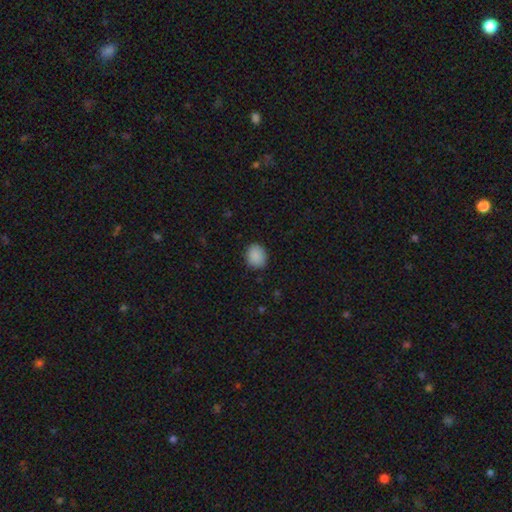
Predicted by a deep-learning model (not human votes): Smooth or featured?
  - smooth: 88% *
  - star or artifact: 9%
  - featured or disk: 4%
How rounded?
  - round: 67% *
  - in between: 32%
  - cigar-shaped: 1%
Merging?
  - none: 86% *
  - minor disturbance: 11%
  - major disturbance: 2%
  - merger: 1%